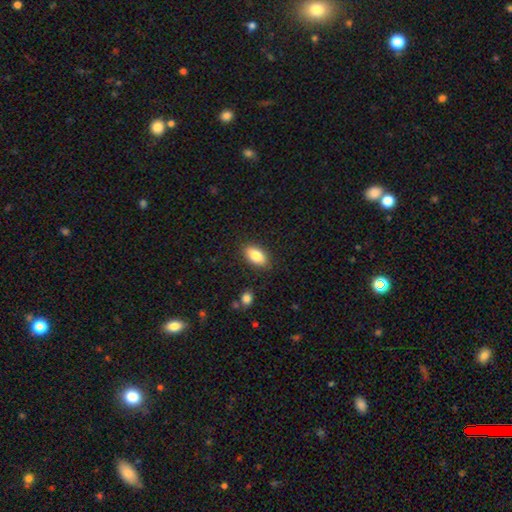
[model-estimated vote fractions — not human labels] smooth-or-featured: smooth: 83% | featured or disk: 10% | star or artifact: 7%
  how-rounded: in between: 88% | cigar-shaped: 8% | round: 4%
  merging: none: 86% | minor disturbance: 10% | major disturbance: 2% | merger: 1%